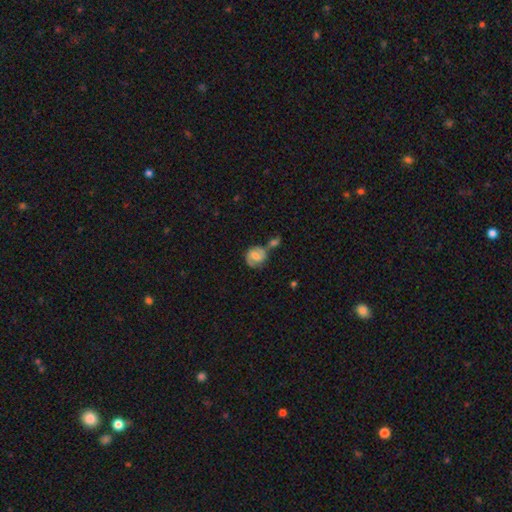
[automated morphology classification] featured or disk 55%, smooth 37%, star or artifact 8%. Down the decision tree: edge-on disk — no (97%); bar — weak (49%); spiral arms — yes (86%); bulge size — moderate (46%); merging — none (44%).